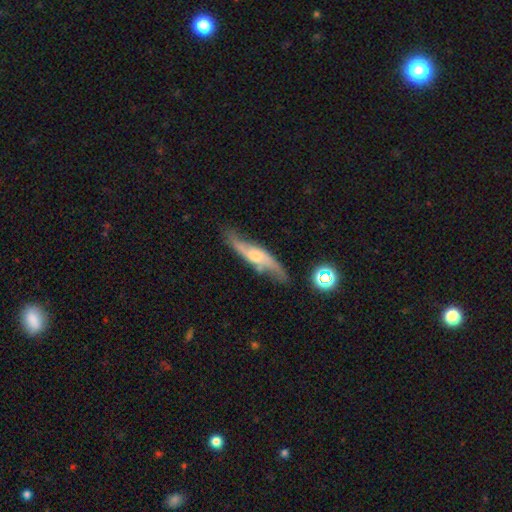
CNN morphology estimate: A featured or disk galaxy (71%). Merging: none (70%).